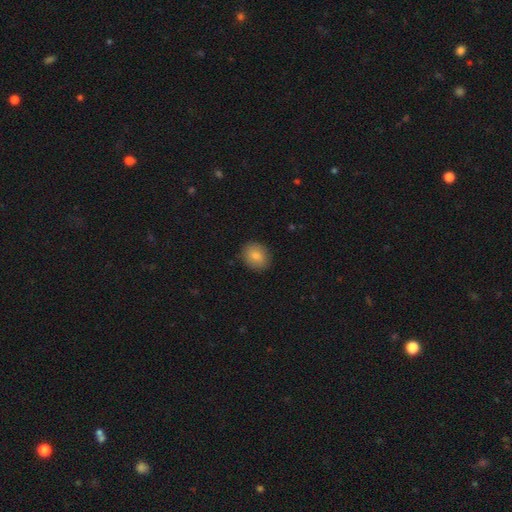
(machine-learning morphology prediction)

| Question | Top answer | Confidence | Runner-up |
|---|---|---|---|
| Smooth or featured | smooth | 83% | featured or disk (9%) |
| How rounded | round | 58% | in between (41%) |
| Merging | none | 88% | minor disturbance (9%) |